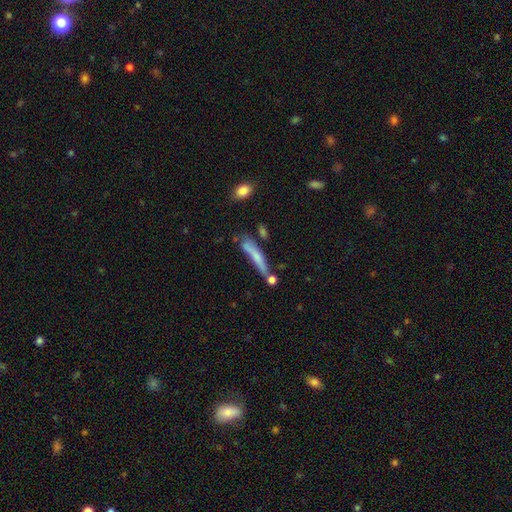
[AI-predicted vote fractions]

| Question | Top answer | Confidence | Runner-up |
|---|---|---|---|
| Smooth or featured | smooth | 55% | featured or disk (36%) |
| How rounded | cigar-shaped | 90% | in between (8%) |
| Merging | none | 48% | minor disturbance (24%) |